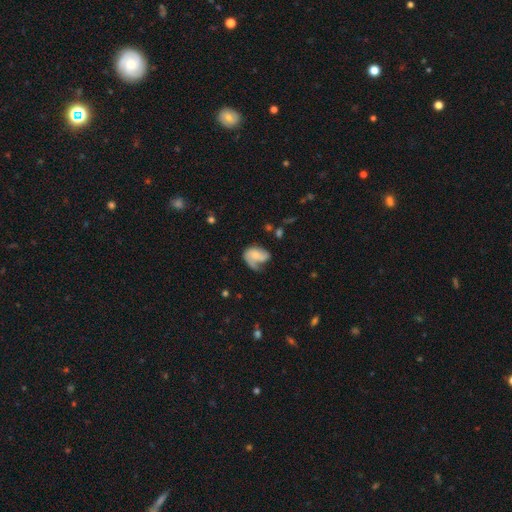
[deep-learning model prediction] This is possibly a featured or disk galaxy (51%). It is clearly not viewed edge-on (97%). Merging: marginally none (33%, tied with major disturbance).